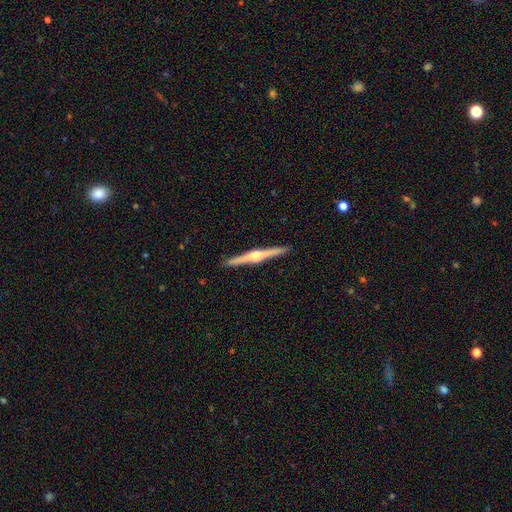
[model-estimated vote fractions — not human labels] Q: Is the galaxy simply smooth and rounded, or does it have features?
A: featured or disk — 81%.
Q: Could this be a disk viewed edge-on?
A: yes — 99%.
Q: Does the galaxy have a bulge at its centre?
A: rounded — 92%.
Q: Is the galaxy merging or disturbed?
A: none — 93%.